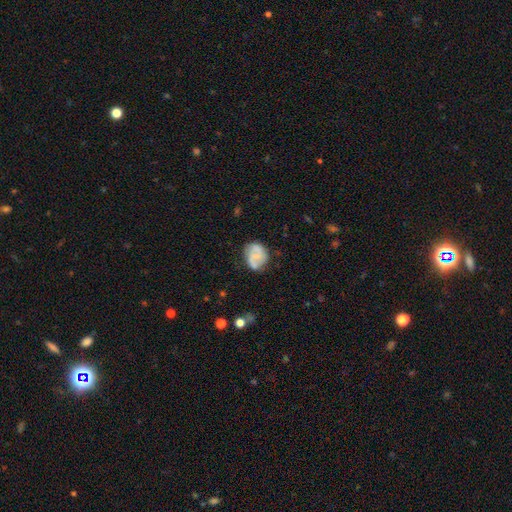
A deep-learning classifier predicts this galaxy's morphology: A featured or disk galaxy (54%) with no bar (62%), spiral arms (78%) and a small central bulge (42%).

Vote fractions:
- Smooth or featured? featured or disk: 54% / smooth: 39% / star or artifact: 8%
- Edge-on disk? no: 98% / yes: 2%
- Bar? no: 62% / weak: 31% / strong: 7%
- Spiral arms? yes: 78% / no: 22%
- Bulge size? small: 42% / none: 38% / moderate: 17% / large: 2% / dominant: 1%
- Merging? none: 61% / minor disturbance: 26% / major disturbance: 10% / merger: 3%